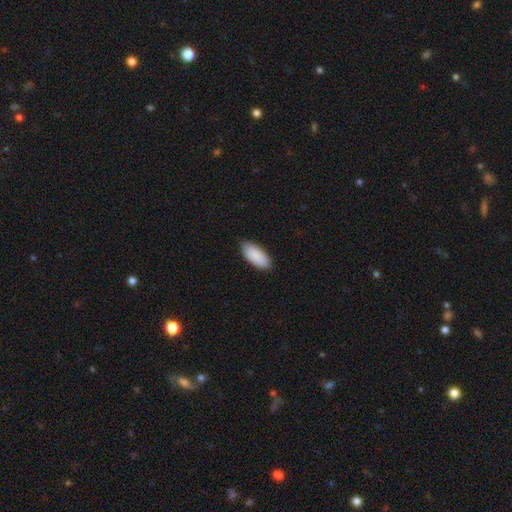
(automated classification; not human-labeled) Smooth or featured: smooth — 90% (star or artifact — 5%)
How rounded: in between — 90% (cigar-shaped — 9%)
Merging: none — 86% (minor disturbance — 11%)